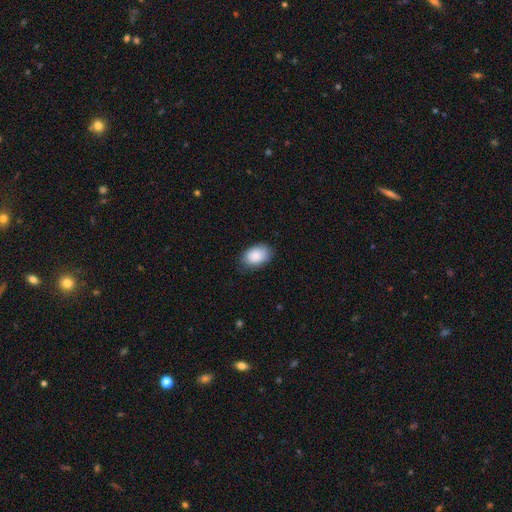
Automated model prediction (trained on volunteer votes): This appears to be a smooth galaxy with no disk features (88%) that is in between round and cigar-shaped (89%). Merging: none (78%).